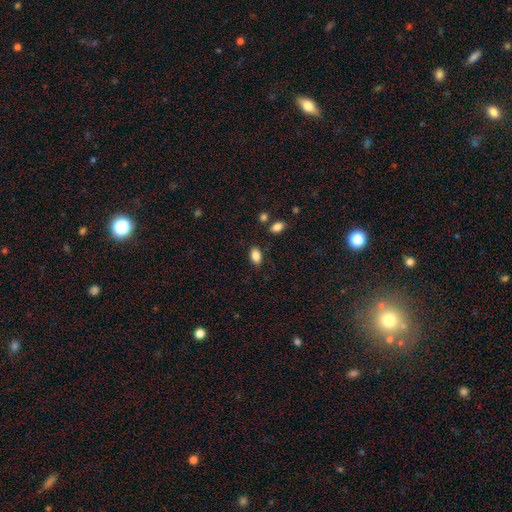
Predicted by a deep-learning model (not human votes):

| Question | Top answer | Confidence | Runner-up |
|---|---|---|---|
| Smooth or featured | smooth | 86% | star or artifact (9%) |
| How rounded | in between | 90% | round (8%) |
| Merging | none | 83% | minor disturbance (12%) |